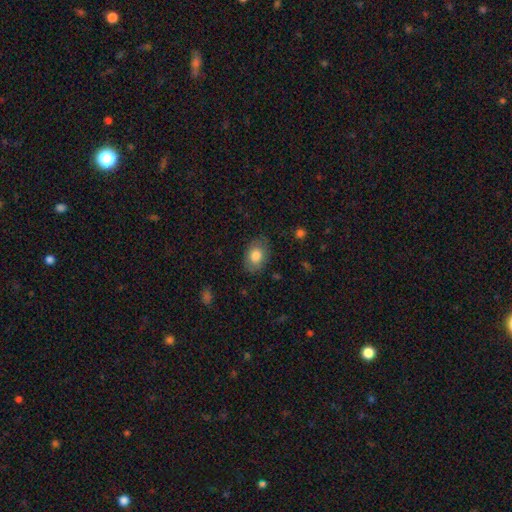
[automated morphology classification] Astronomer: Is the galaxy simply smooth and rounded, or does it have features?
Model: smooth — 79%.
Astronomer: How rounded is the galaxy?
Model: in between — 80%.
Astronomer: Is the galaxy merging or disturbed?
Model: none — 81%.